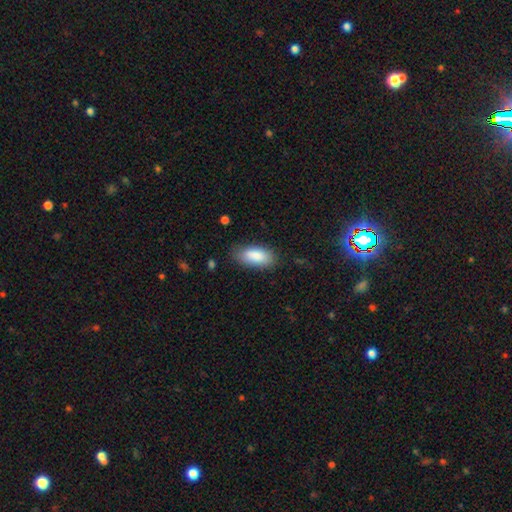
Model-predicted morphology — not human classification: Overall: smooth (87%). How rounded: in between (88%). Merging: none (81%).